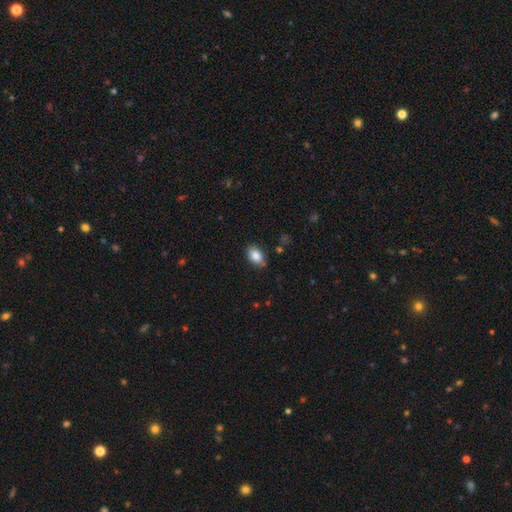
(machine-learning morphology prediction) A smooth galaxy with no disk features (84%) that is in between round and cigar-shaped (88%).

Vote fractions:
- Smooth or featured? smooth: 84% / star or artifact: 8% / featured or disk: 8%
- How rounded? in between: 88% / round: 10% / cigar-shaped: 2%
- Merging? none: 80% / minor disturbance: 15% / major disturbance: 3% / merger: 2%